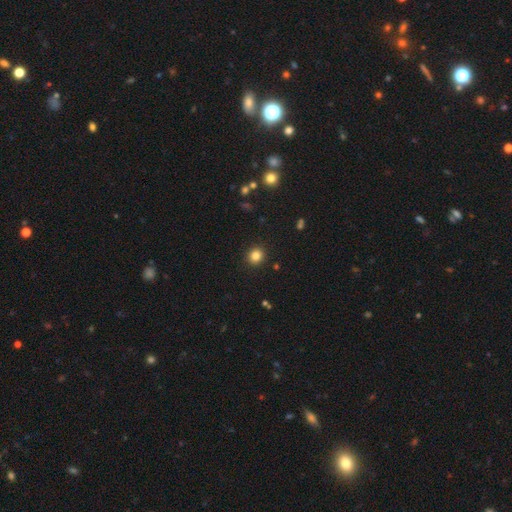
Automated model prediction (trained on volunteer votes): smooth 83%, star or artifact 12%, featured or disk 5%. Down the decision tree: how rounded — round (87%); merging — none (91%).